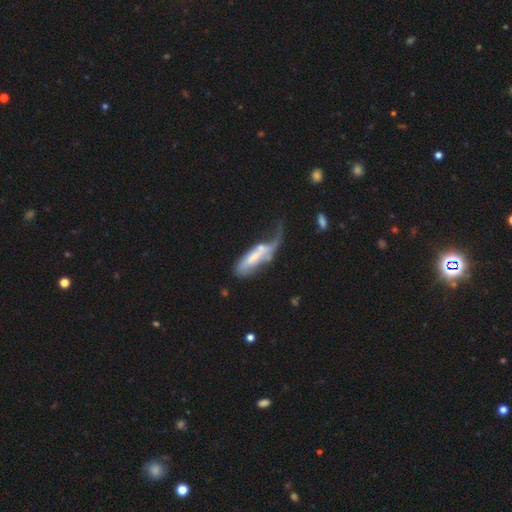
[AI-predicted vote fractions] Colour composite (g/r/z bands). It shows a featured or disk galaxy (48%). Merging: major disturbance (45%).